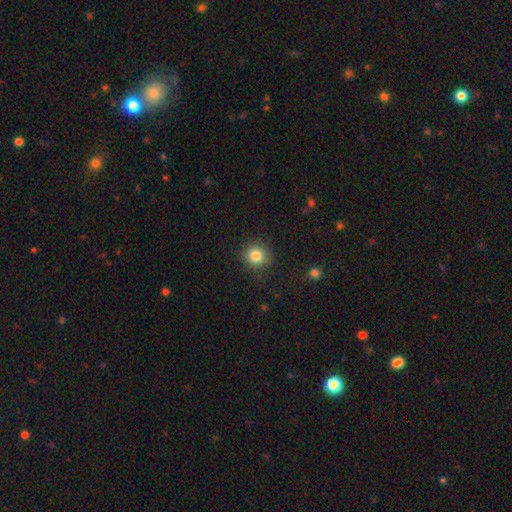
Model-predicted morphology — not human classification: Smooth or featured?
  - smooth: 83% *
  - star or artifact: 11%
  - featured or disk: 6%
How rounded?
  - round: 91% *
  - in between: 8%
  - cigar-shaped: 1%
Merging?
  - none: 86% *
  - minor disturbance: 9%
  - major disturbance: 3%
  - merger: 1%